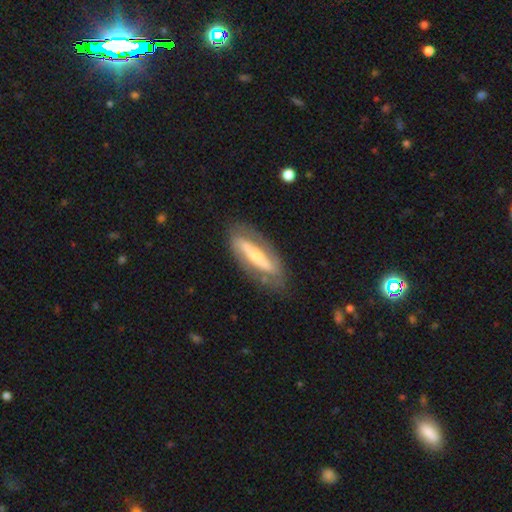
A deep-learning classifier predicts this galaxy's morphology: This appears to be a featured or disk galaxy (67%). Merging: none (77%).